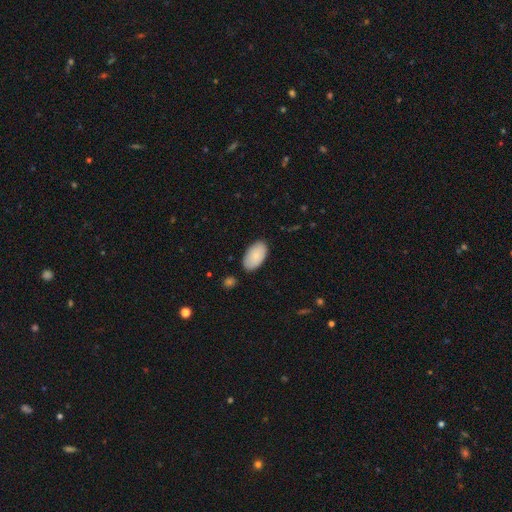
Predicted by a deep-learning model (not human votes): Smooth or featured? smooth (85%)
How rounded? in between (96%)
Merging? none (83%)